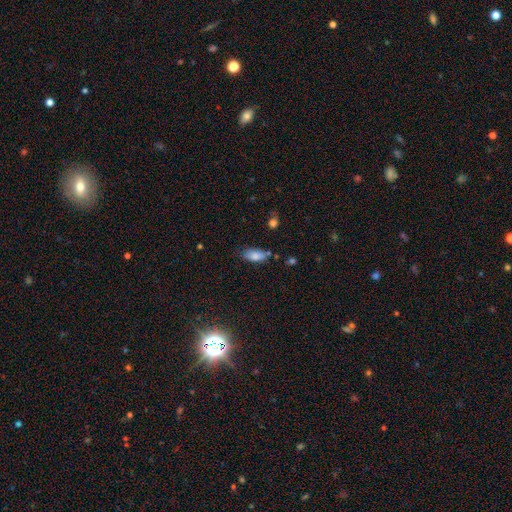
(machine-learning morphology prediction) smooth-or-featured: smooth: 84% | star or artifact: 9% | featured or disk: 7%
  how-rounded: in between: 88% | cigar-shaped: 9% | round: 3%
  merging: none: 71% | minor disturbance: 21% | merger: 5% | major disturbance: 4%